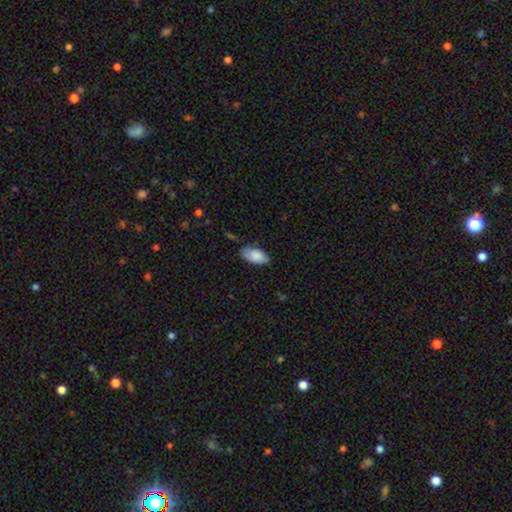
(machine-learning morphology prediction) A smooth galaxy with no disk features (87%) that is in between round and cigar-shaped (94%).

Vote fractions:
- Smooth or featured? smooth: 87% / featured or disk: 7% / star or artifact: 6%
- How rounded? in between: 94% / cigar-shaped: 3% / round: 2%
- Merging? none: 75% / minor disturbance: 20% / major disturbance: 3% / merger: 2%